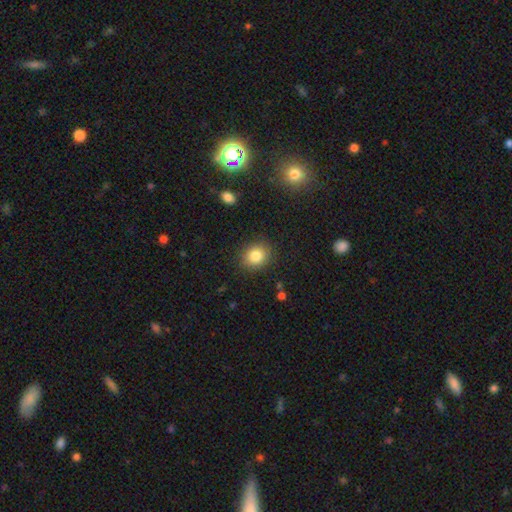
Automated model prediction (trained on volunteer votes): Smooth or featured? Predicted: smooth (p=0.83). How rounded? Predicted: round (p=0.69). Merging? Predicted: none (p=0.88).